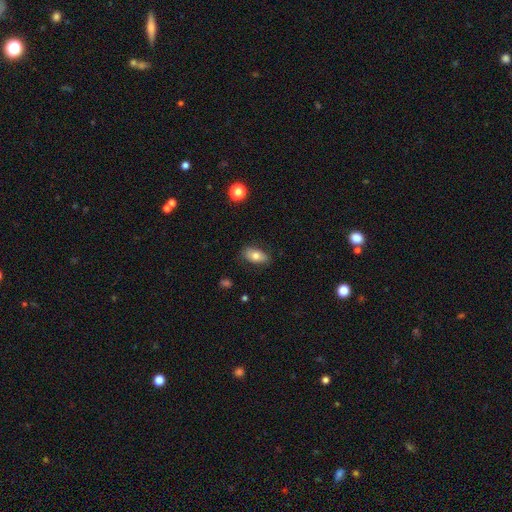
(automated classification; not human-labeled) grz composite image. It shows a smooth galaxy with no disk features (75%) that is in between round and cigar-shaped (90%). Merging: none (78%).